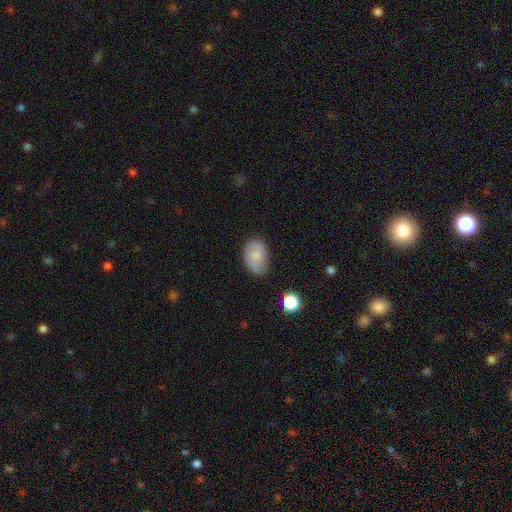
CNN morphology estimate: Smooth or featured: smooth — 78% (featured or disk — 14%)
How rounded: in between — 86% (round — 13%)
Merging: none — 74% (minor disturbance — 20%)